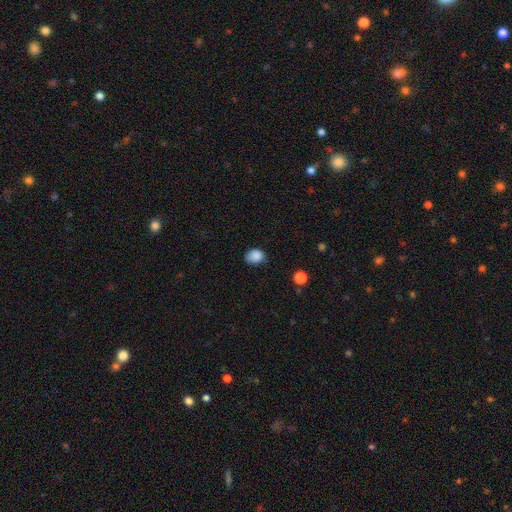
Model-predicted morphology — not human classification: Smooth or featured?
  - smooth: 86% *
  - star or artifact: 9%
  - featured or disk: 5%
How rounded?
  - in between: 55% *
  - round: 44%
  - cigar-shaped: 1%
Merging?
  - none: 64% *
  - minor disturbance: 29%
  - major disturbance: 6%
  - merger: 2%